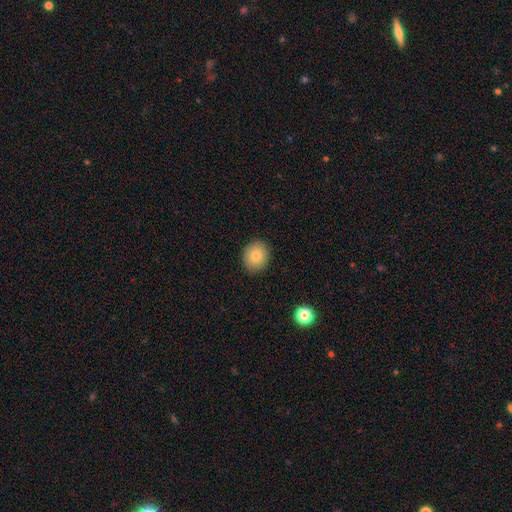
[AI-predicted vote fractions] Overall: smooth (82%). How rounded: round (74%). Merging: none (90%).